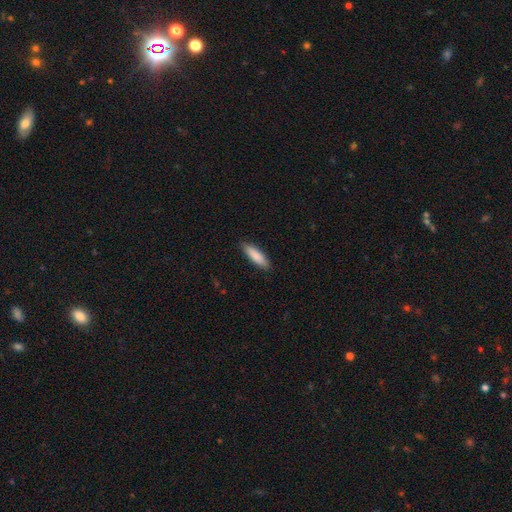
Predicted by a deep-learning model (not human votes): Smooth or featured? Predicted: smooth (p=0.86). How rounded? Predicted: cigar-shaped (p=0.60). Merging? Predicted: none (p=0.88).